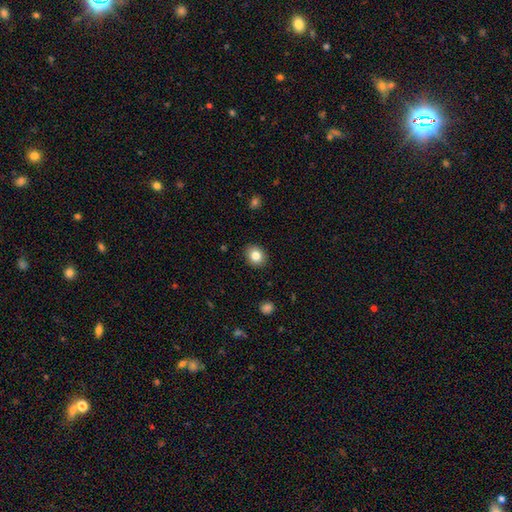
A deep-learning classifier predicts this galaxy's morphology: Smooth or featured? smooth (83%)
How rounded? round (61%)
Merging? none (90%)